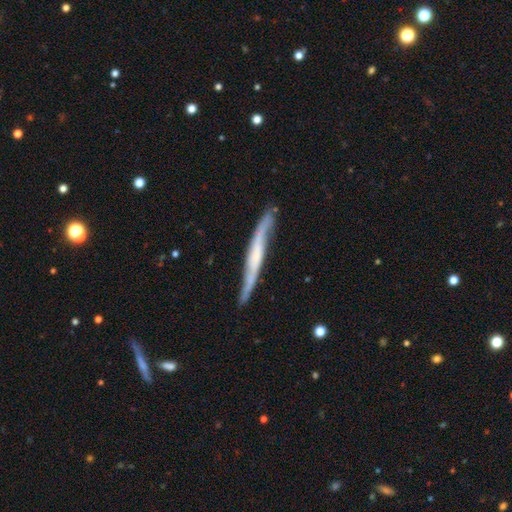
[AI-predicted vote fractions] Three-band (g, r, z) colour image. It shows a featured or disk galaxy (72%) viewed edge-on (76%) with no central bulge (57%). Merging: none (74%).